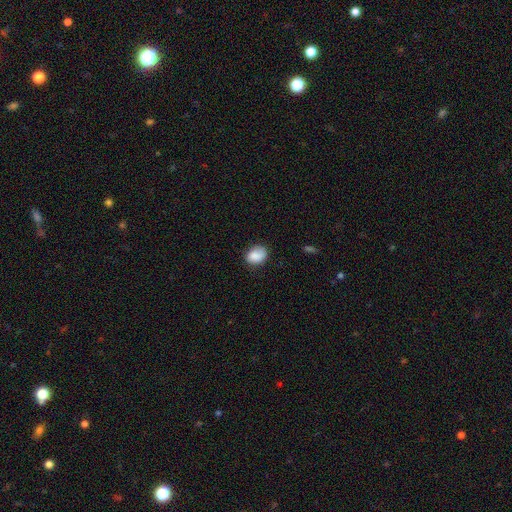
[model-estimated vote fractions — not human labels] The model was most divided on "how rounded": in between: 59%, round: 40%, cigar-shaped: 1%. More confident: smooth or featured — smooth (80%); merging — none (68%).